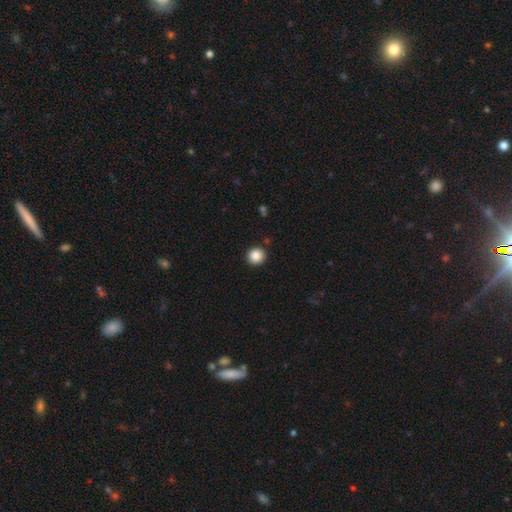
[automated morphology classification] Smooth or featured? Predicted: smooth (p=0.87). How rounded? Predicted: round (p=0.92). Merging? Predicted: none (p=0.91).